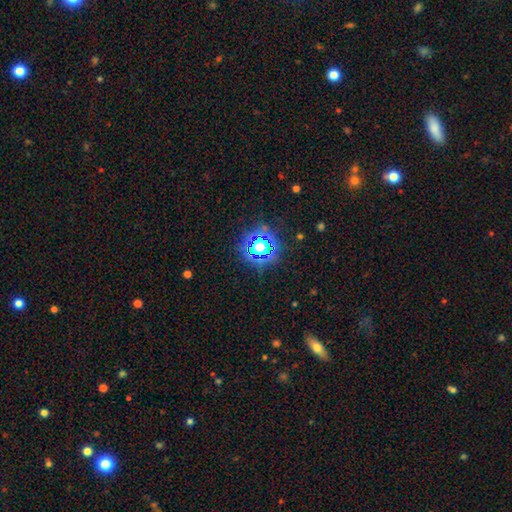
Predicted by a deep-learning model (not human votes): The model was most divided on "smooth or featured": star or artifact: 75%, smooth: 16%, featured or disk: 8%.